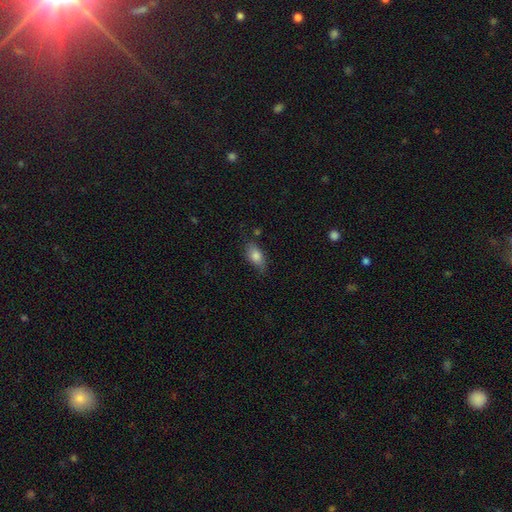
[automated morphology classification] This is likely a smooth galaxy (80%). How rounded: clearly in between (86%). Merging: likely none (71%).